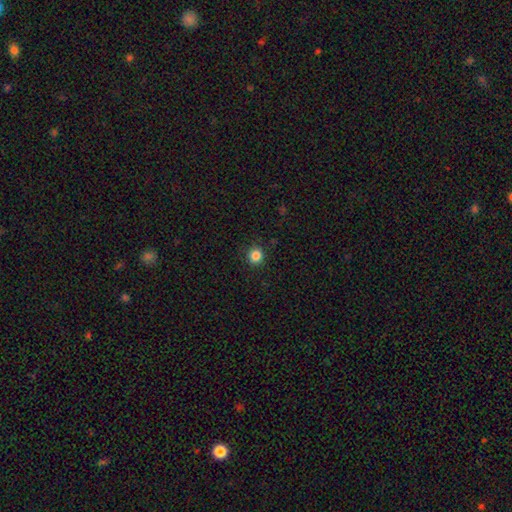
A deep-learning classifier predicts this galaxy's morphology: The model was most divided on "smooth or featured": smooth: 85%, star or artifact: 11%, featured or disk: 4%. More confident: how rounded — round (93%); merging — none (91%).